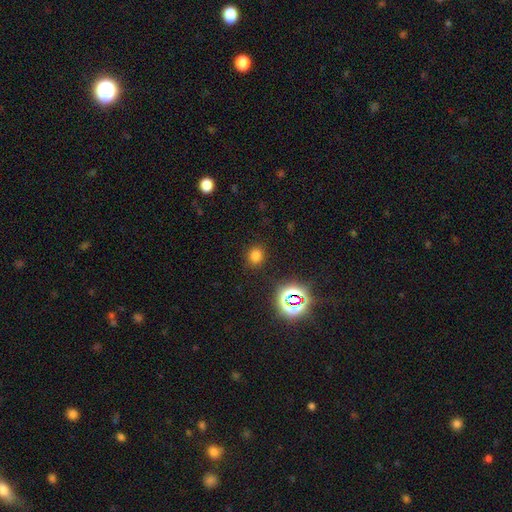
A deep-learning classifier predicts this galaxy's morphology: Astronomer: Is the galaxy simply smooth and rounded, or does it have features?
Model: smooth — 73%.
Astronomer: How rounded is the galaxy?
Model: round — 71%.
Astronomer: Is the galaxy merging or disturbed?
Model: none — 87%.